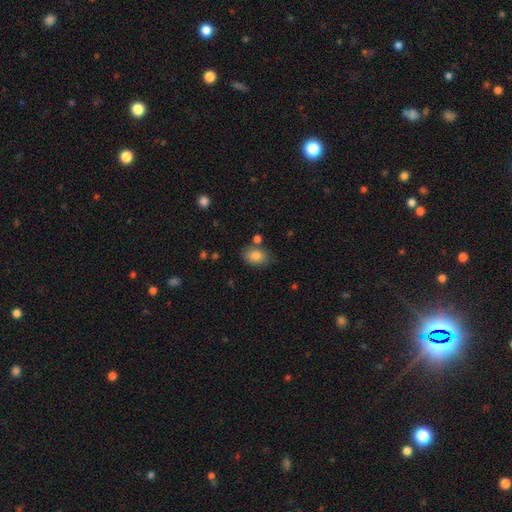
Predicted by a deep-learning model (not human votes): smooth 84%, star or artifact 8%, featured or disk 8%. Down the decision tree: how rounded — in between (82%); merging — none (72%).